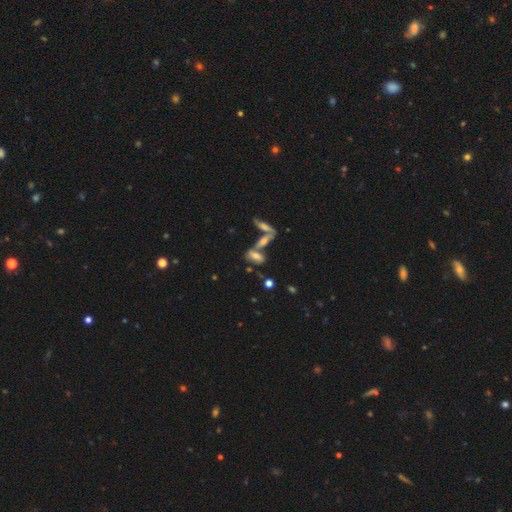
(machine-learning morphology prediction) The model was most divided on "smooth or featured": smooth: 48%, featured or disk: 39%, star or artifact: 13%. Remaining: merging — merger (48%).